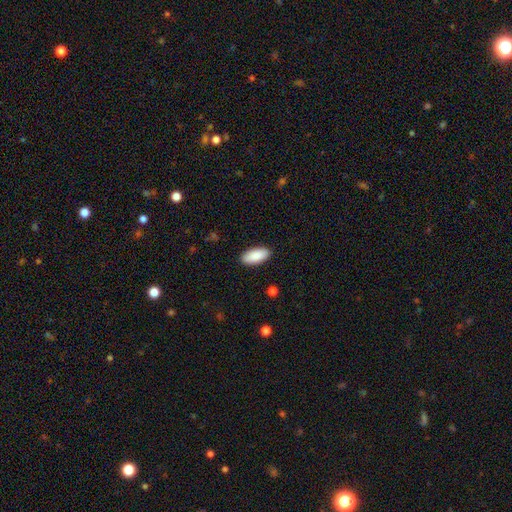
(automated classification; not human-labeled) Smooth or featured? smooth (90%)
How rounded? in between (91%)
Merging? none (90%)